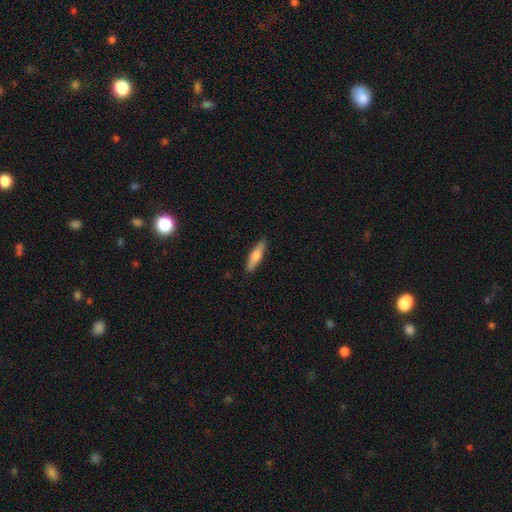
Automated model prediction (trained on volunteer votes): A smooth galaxy with no disk features (70%) that is cigar-shaped (68%). Merging: none (88%).